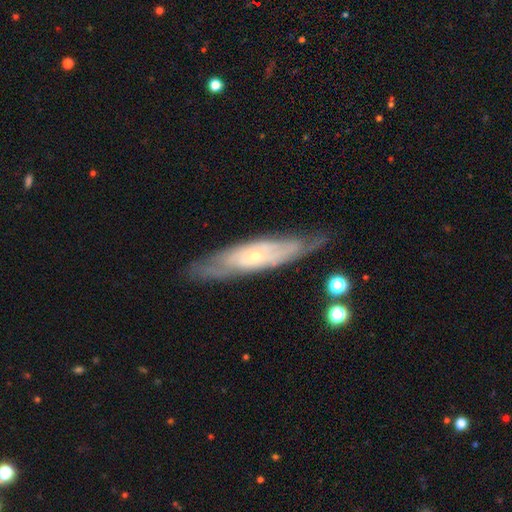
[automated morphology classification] smooth_or_featured: featured or disk (p=0.70) [alt: smooth p=0.24]
disk_edge_on: no (p=0.61) [alt: yes p=0.39]
merging: none (p=0.73) [alt: minor disturbance p=0.19]